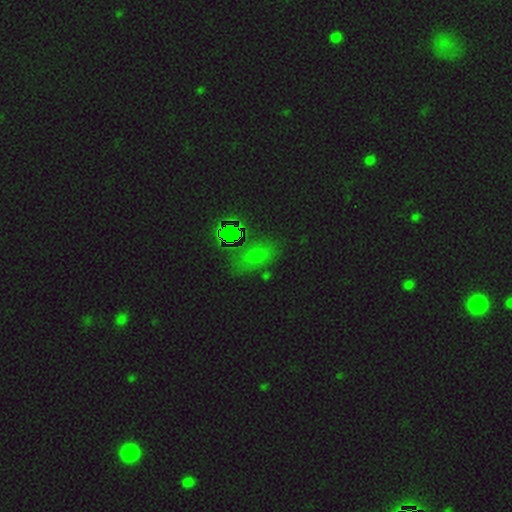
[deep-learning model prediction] This is possibly a smooth galaxy (53%). How rounded: likely in between (73%). Merging: likely none (71%).